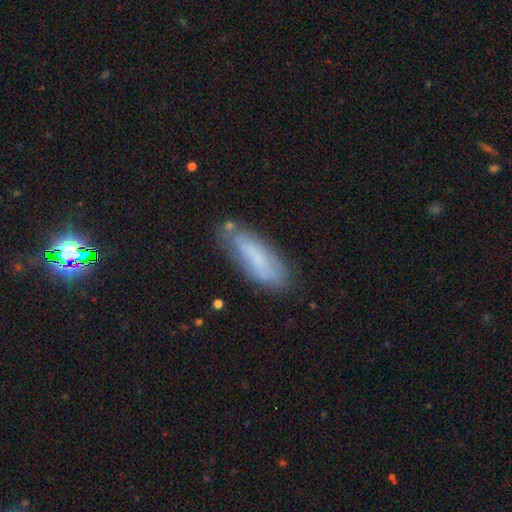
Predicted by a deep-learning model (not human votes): Smooth or featured? Predicted: smooth (p=0.65). How rounded? Predicted: in between (p=0.55). Merging? Predicted: none (p=0.68).